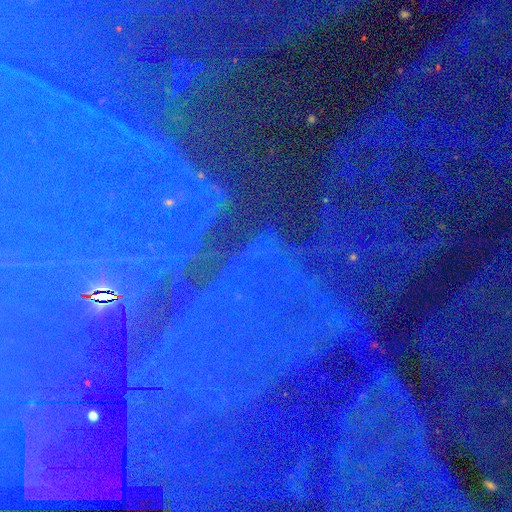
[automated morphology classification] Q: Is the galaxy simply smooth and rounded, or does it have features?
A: star or artifact — 86%.